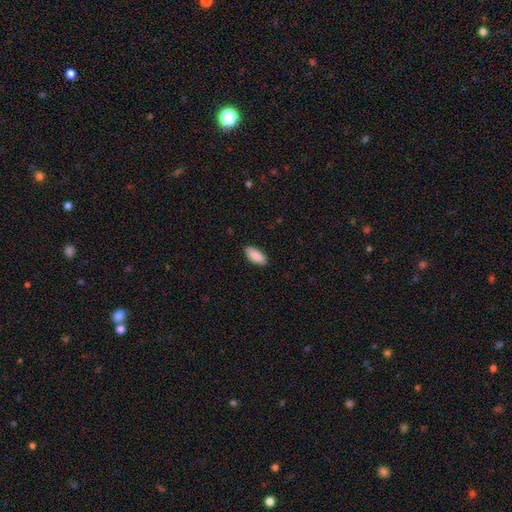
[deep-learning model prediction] smooth_or_featured: smooth (p=0.89) [alt: star or artifact p=0.06]
how_rounded: in between (p=0.88) [alt: cigar-shaped p=0.10]
merging: none (p=0.88) [alt: minor disturbance p=0.09]